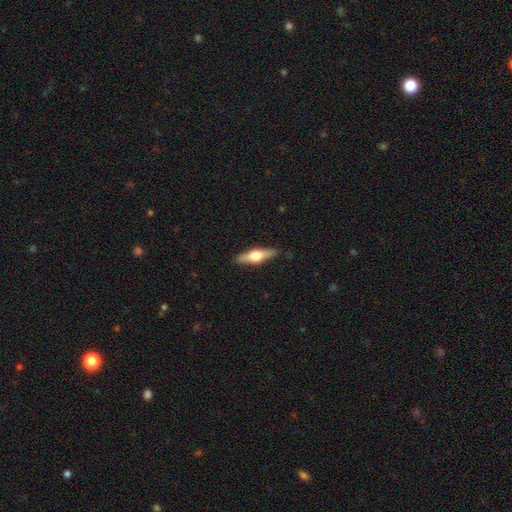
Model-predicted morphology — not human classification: smooth-or-featured: featured or disk: 56% | smooth: 39% | star or artifact: 5%
  disk-edge-on: yes: 94% | no: 6%
    edge-on-bulge: rounded: 95% | boxy: 3% | none: 2%
  merging: none: 88% | minor disturbance: 9% | major disturbance: 2% | merger: 1%